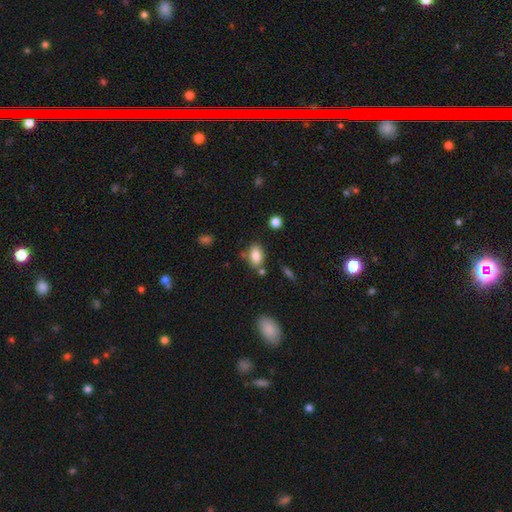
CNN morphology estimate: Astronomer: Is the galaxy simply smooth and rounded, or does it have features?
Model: smooth — 83%.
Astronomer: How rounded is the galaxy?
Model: in between — 87%.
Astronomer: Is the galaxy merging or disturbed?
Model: none — 72%.